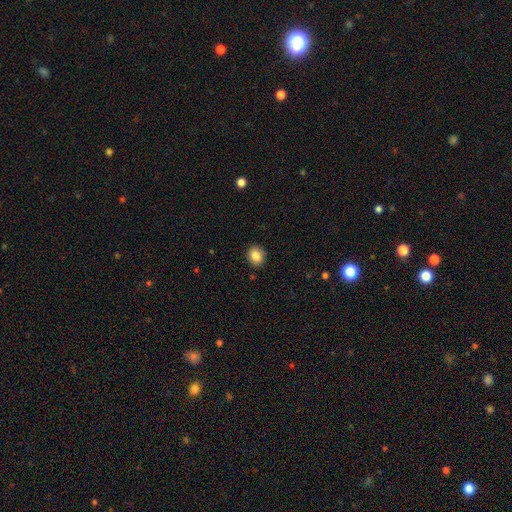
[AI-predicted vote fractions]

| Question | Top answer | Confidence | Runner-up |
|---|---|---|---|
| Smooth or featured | smooth | 85% | star or artifact (9%) |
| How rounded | round | 71% | in between (28%) |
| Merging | none | 91% | minor disturbance (6%) |